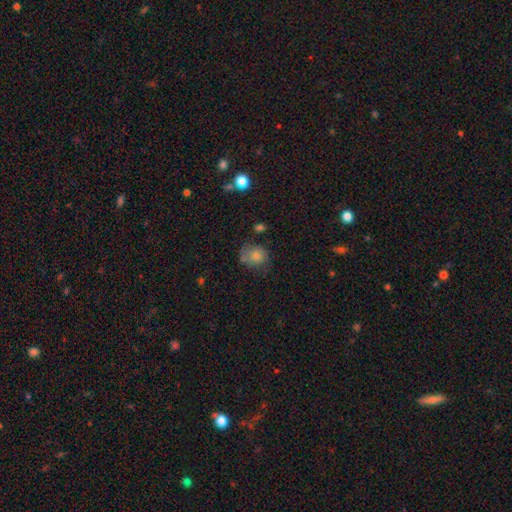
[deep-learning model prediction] Smooth or featured?
  - smooth: 62% *
  - featured or disk: 23%
  - star or artifact: 15%
How rounded?
  - round: 72% *
  - in between: 27%
  - cigar-shaped: 1%
Merging?
  - none: 60% *
  - minor disturbance: 24%
  - major disturbance: 10%
  - merger: 5%